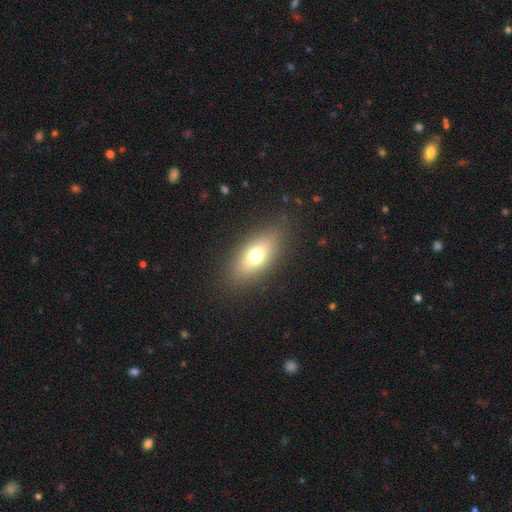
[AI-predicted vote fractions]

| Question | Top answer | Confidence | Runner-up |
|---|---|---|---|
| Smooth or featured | smooth | 67% | featured or disk (22%) |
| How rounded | in between | 79% | cigar-shaped (13%) |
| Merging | none | 85% | minor disturbance (10%) |